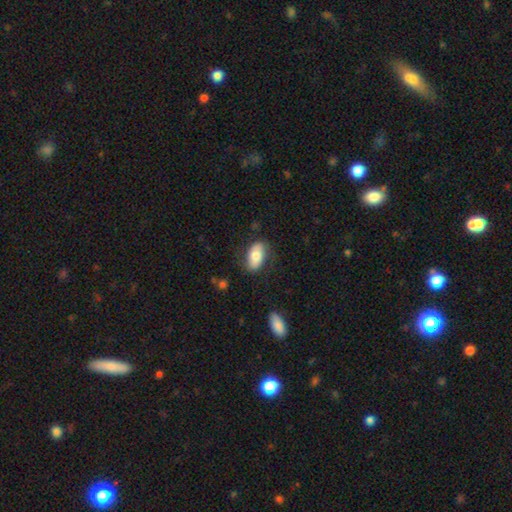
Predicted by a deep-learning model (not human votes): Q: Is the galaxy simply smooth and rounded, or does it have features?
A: smooth — 74%.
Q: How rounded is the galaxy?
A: in between — 92%.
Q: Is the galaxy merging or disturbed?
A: none — 77%.